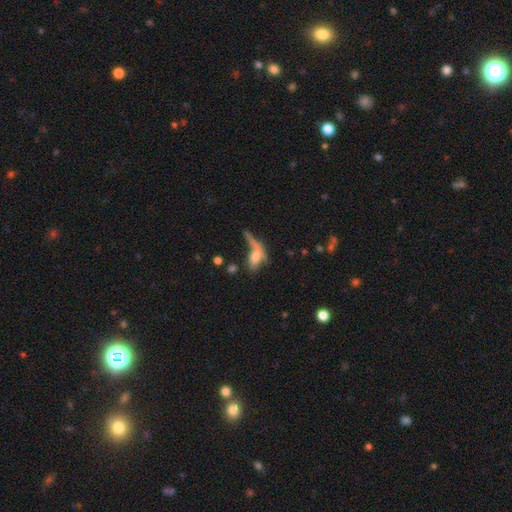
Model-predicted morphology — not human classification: smooth 55%, featured or disk 33%, star or artifact 12%. Down the decision tree: how rounded — in between (66%); merging — major disturbance (34%).